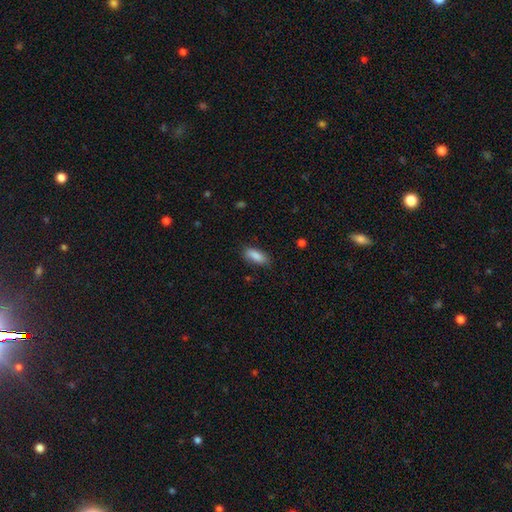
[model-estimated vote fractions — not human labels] Overall: smooth (87%). How rounded: in between (75%). Merging: none (82%).